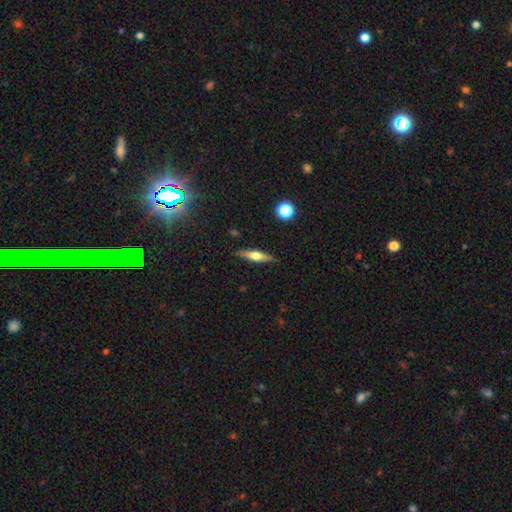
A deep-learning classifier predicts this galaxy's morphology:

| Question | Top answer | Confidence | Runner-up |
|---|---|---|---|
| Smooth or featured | featured or disk | 55% | smooth (39%) |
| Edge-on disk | yes | 94% | no (6%) |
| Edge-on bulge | rounded | 91% | boxy (5%) |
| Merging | none | 88% | minor disturbance (9%) |